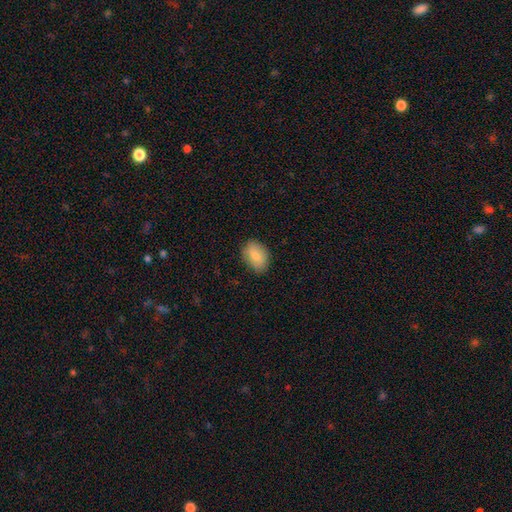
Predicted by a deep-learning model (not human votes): Smooth or featured? Predicted: smooth (p=0.82). How rounded? Predicted: in between (p=0.81). Merging? Predicted: none (p=0.84).